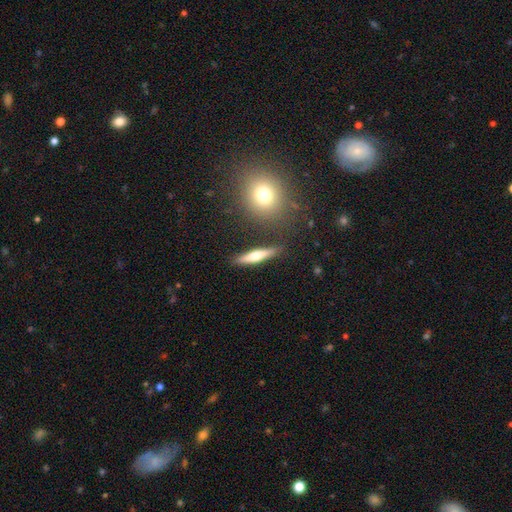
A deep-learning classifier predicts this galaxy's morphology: Overall: smooth (48%; featured or disk 46%). Merging: none (85%).